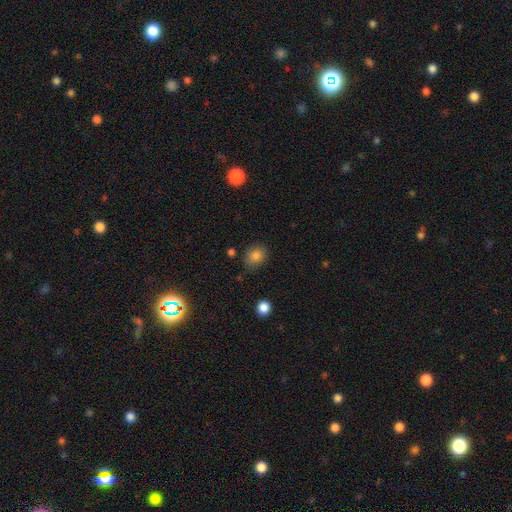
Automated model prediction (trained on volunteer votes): smooth-or-featured: smooth: 82% | star or artifact: 11% | featured or disk: 7%
  how-rounded: round: 53% | in between: 46% | cigar-shaped: 1%
  merging: none: 75% | minor disturbance: 18% | major disturbance: 4% | merger: 3%